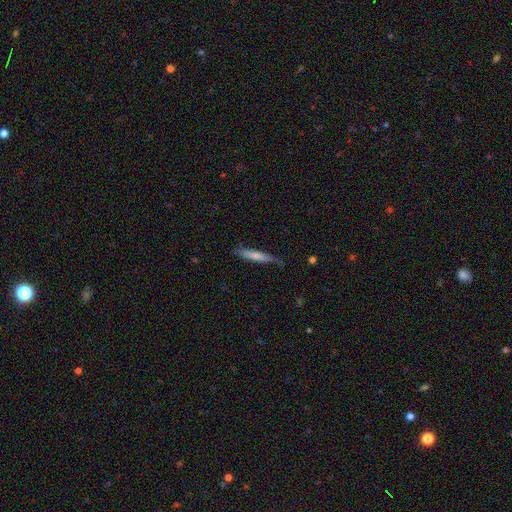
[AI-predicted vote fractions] Smooth or featured? smooth (68%)
How rounded? cigar-shaped (90%)
Merging? none (70%)